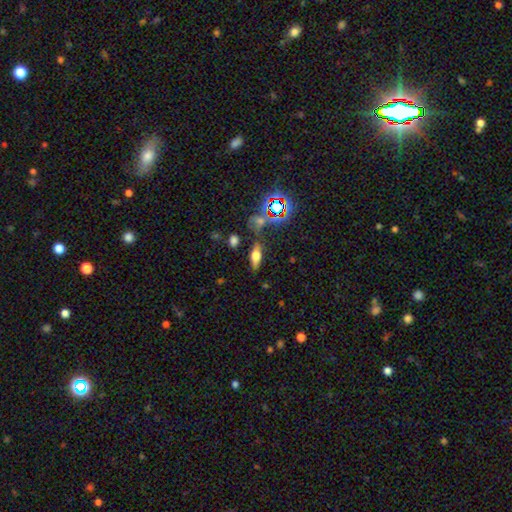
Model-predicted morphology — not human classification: smooth-or-featured: smooth: 51% | featured or disk: 32% | star or artifact: 17%
  how-rounded: in between: 65% | cigar-shaped: 28% | round: 6%
  merging: none: 77% | minor disturbance: 12% | merger: 6% | major disturbance: 4%